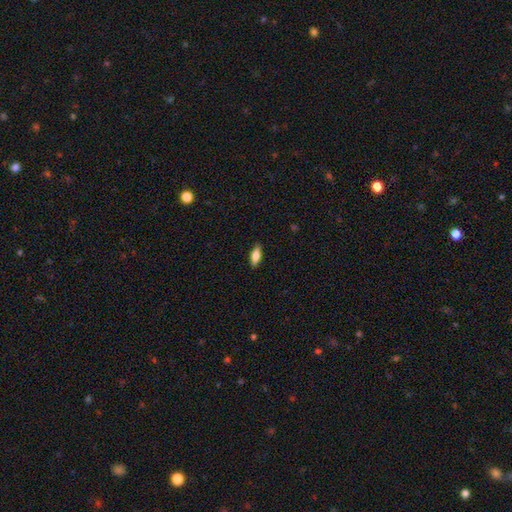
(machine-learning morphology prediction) Smooth or featured?
  - smooth: 76% *
  - featured or disk: 17%
  - star or artifact: 7%
How rounded?
  - in between: 73% *
  - cigar-shaped: 25%
  - round: 2%
Merging?
  - none: 88% *
  - minor disturbance: 9%
  - major disturbance: 2%
  - merger: 1%